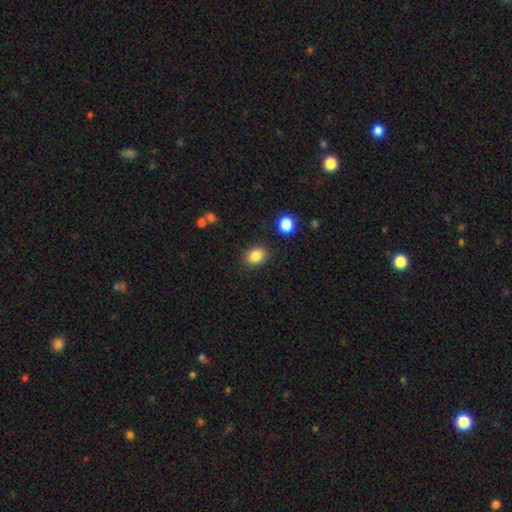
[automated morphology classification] Smooth or featured?
  - smooth: 85% *
  - star or artifact: 10%
  - featured or disk: 5%
How rounded?
  - in between: 52% *
  - round: 47%
  - cigar-shaped: 1%
Merging?
  - none: 86% *
  - minor disturbance: 9%
  - major disturbance: 3%
  - merger: 2%